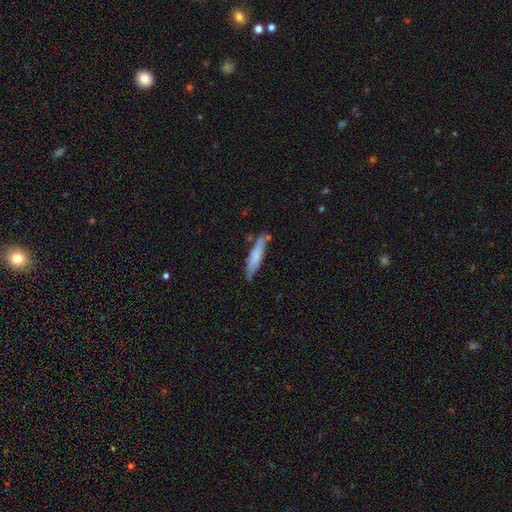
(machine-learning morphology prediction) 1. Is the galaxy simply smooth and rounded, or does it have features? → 71% smooth, 23% featured or disk, 6% star or artifact.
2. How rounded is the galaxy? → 82% cigar-shaped, 16% in between, 1% round.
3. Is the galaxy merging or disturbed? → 71% none, 20% minor disturbance, 5% merger, 4% major disturbance.